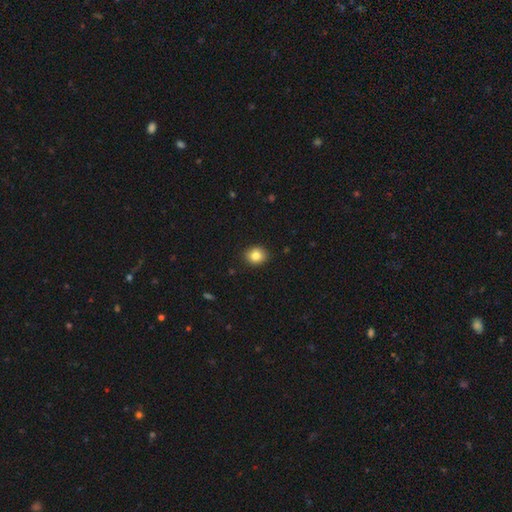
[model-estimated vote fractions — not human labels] smooth 83%, star or artifact 10%, featured or disk 7%. Down the decision tree: how rounded — round (69%); merging — none (90%).